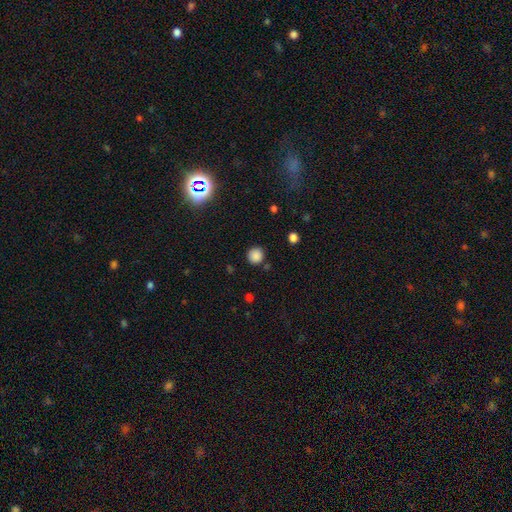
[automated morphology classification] Overall: smooth (85%). How rounded: round (94%). Merging: none (88%).